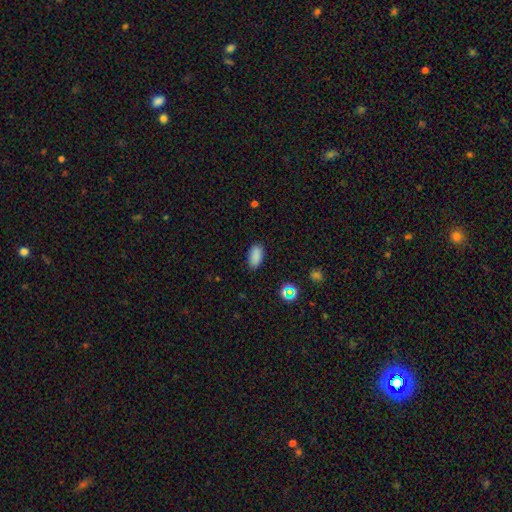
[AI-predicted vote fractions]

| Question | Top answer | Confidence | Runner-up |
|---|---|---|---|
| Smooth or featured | smooth | 85% | star or artifact (11%) |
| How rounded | in between | 92% | cigar-shaped (4%) |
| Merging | none | 85% | minor disturbance (11%) |